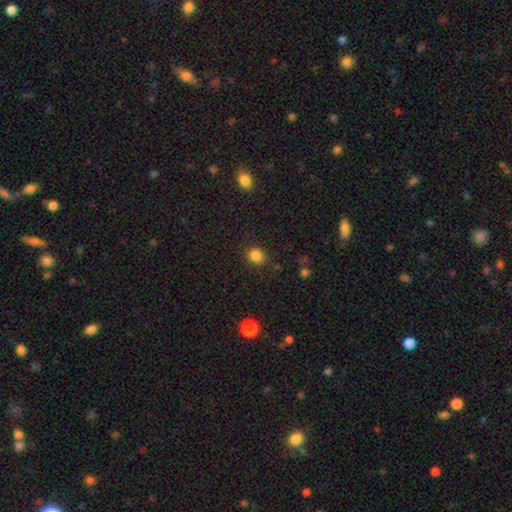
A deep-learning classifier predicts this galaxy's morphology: A smooth galaxy with no disk features (84%) that is round (71%). Merging: none (85%).